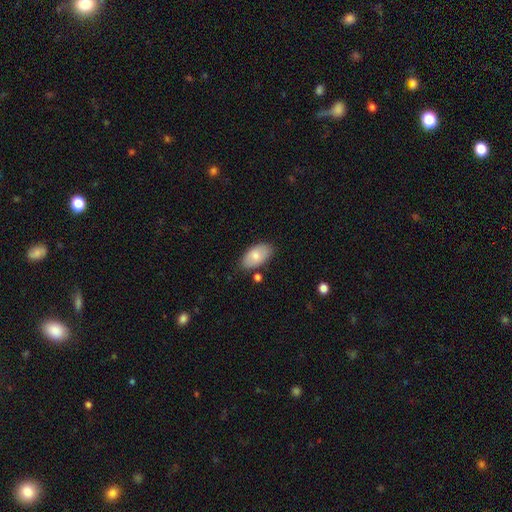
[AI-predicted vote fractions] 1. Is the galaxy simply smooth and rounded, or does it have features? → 77% smooth, 17% featured or disk, 6% star or artifact.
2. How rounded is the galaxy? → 95% in between, 3% round, 2% cigar-shaped.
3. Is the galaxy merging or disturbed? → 78% none, 15% minor disturbance, 4% merger, 3% major disturbance.